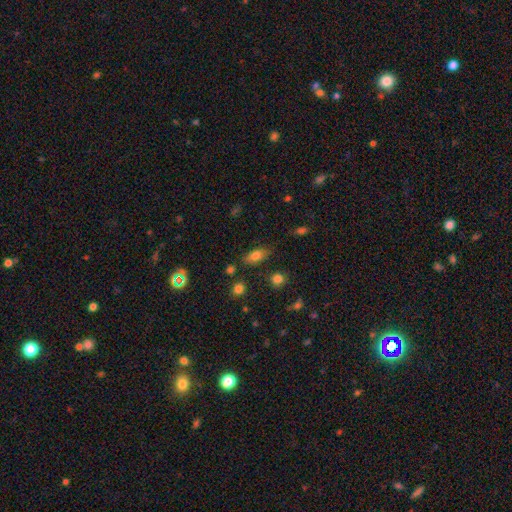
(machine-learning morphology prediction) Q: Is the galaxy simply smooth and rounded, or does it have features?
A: smooth — 77%.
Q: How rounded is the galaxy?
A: in between — 83%.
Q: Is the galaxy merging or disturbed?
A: none — 77%.